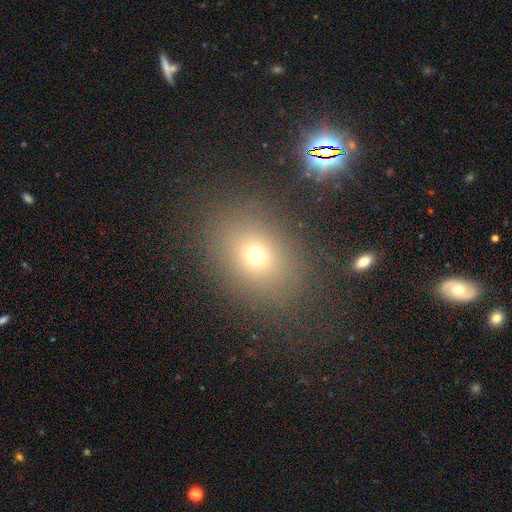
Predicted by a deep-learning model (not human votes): smooth_or_featured: smooth (p=0.68) [alt: star or artifact p=0.19]
how_rounded: in between (p=0.59) [alt: round p=0.39]
merging: none (p=0.80) [alt: minor disturbance p=0.11]